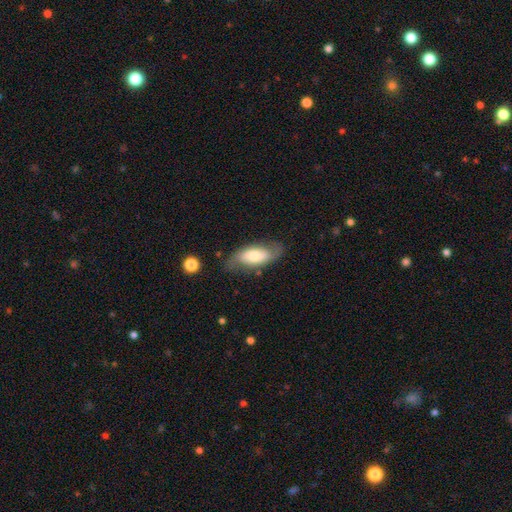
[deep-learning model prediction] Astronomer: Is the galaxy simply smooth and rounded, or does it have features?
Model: smooth — 53% (runner-up: featured or disk, 41%).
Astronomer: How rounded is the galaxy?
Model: in between — 86%.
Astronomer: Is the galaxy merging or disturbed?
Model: none — 67%.